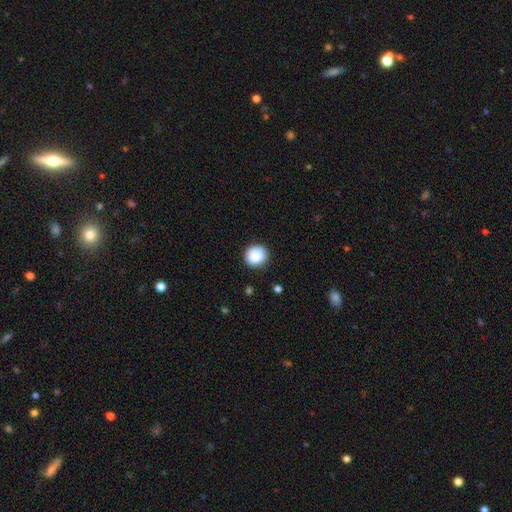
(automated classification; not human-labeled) smooth_or_featured: smooth (p=0.88) [alt: star or artifact p=0.08]
how_rounded: round (p=0.89) [alt: in between p=0.11]
merging: none (p=0.88) [alt: minor disturbance p=0.08]